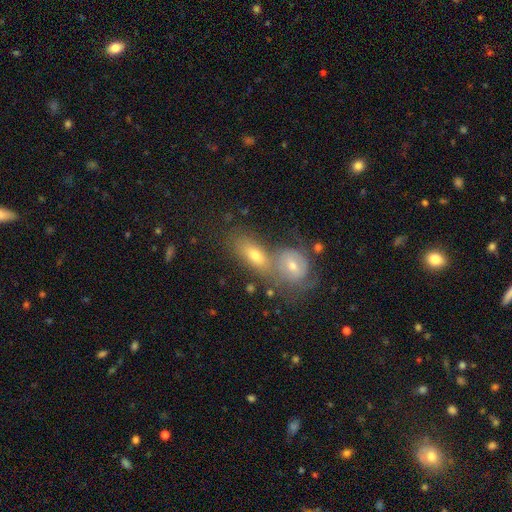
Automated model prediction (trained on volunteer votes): The model was most divided on "merging": merger: 51%, none: 34%, minor disturbance: 10%, major disturbance: 5%. More confident: how rounded — in between (73%); smooth or featured — smooth (54%).